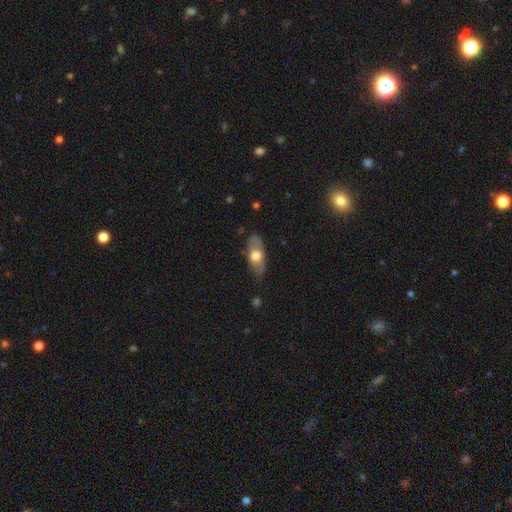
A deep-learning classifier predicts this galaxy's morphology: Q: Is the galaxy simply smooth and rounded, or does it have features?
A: smooth — 57%.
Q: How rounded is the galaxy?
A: in between — 82%.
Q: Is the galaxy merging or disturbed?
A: none — 78%.